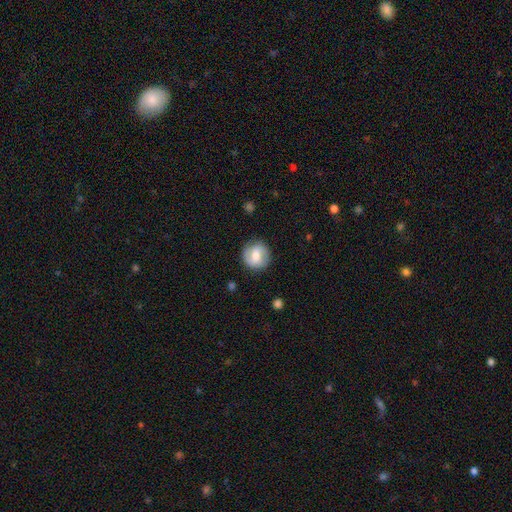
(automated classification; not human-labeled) Q: Smooth or featured?
A: featured or disk (51%); runner-up: smooth (42%)
Q: Edge-on disk?
A: no (97%); runner-up: yes (3%)
Q: Merging?
A: none (82%); runner-up: minor disturbance (12%)